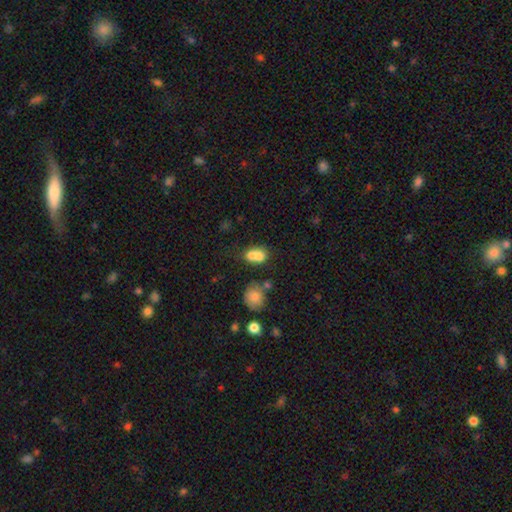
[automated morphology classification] smooth-or-featured: smooth: 75% | featured or disk: 14% | star or artifact: 11%
  how-rounded: in between: 63% | round: 35% | cigar-shaped: 2%
  merging: merger: 54% | none: 28% | minor disturbance: 12% | major disturbance: 6%